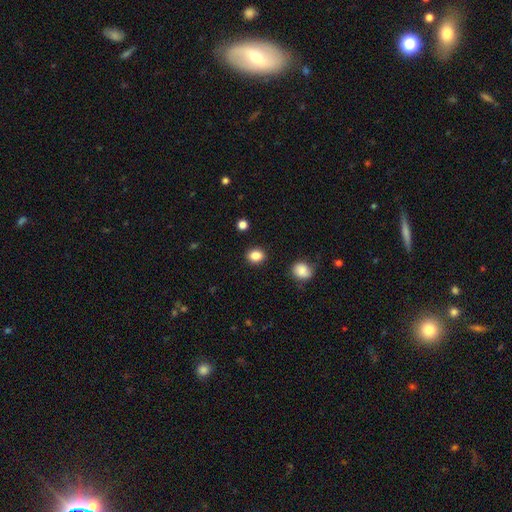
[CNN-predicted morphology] Q: Smooth or featured?
A: smooth (86%); runner-up: star or artifact (10%)
Q: How rounded?
A: in between (51%); runner-up: round (48%)
Q: Merging?
A: none (89%); runner-up: minor disturbance (7%)